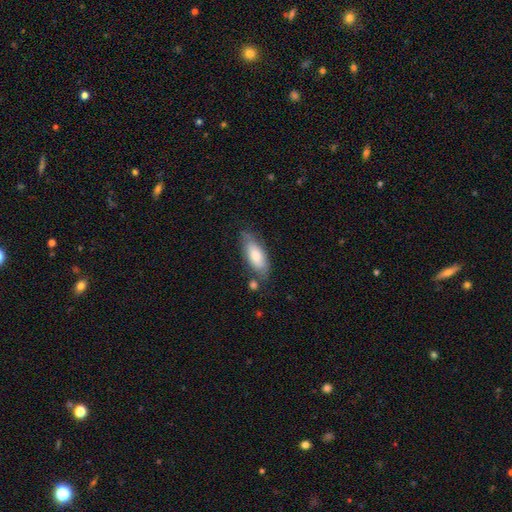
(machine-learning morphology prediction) This is likely a smooth galaxy (70%). How rounded: likely in between (77%). Merging: likely none (62%).